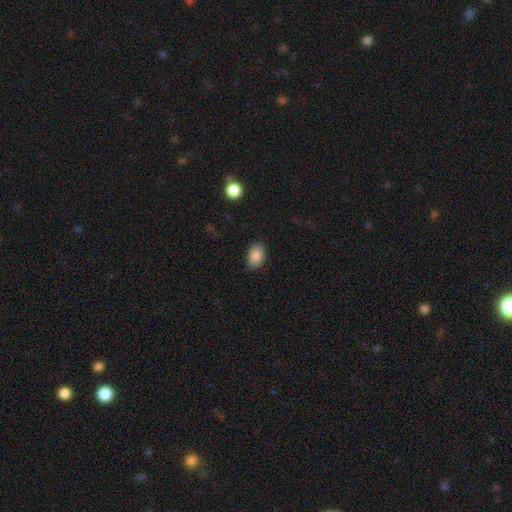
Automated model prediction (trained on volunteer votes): A smooth galaxy with no disk features (88%) that is in between round and cigar-shaped (88%).

Vote fractions:
- Smooth or featured? smooth: 88% / star or artifact: 8% / featured or disk: 4%
- How rounded? in between: 88% / round: 10% / cigar-shaped: 1%
- Merging? none: 86% / minor disturbance: 10% / major disturbance: 3% / merger: 1%